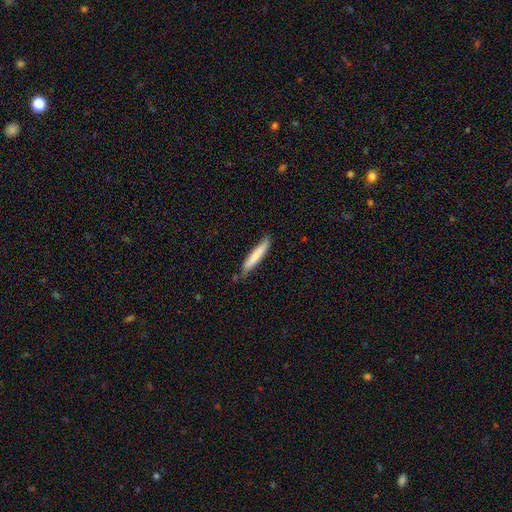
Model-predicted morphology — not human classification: Smooth or featured? Predicted: smooth (p=0.76). How rounded? Predicted: cigar-shaped (p=0.93). Merging? Predicted: none (p=0.75).